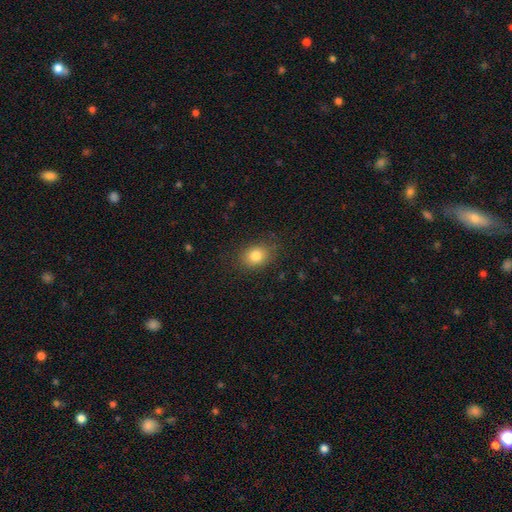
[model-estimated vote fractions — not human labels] This appears to be a smooth galaxy with no disk features (82%) that is in between round and cigar-shaped (57%). Merging: none (82%).